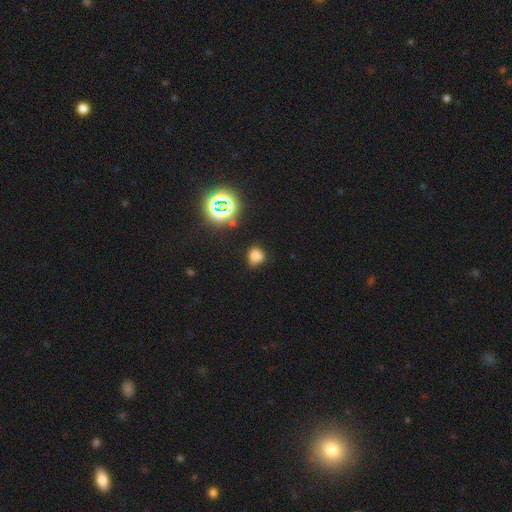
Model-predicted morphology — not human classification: Smooth or featured? Predicted: smooth (p=0.72). How rounded? Predicted: round (p=0.58). Merging? Predicted: none (p=0.63).